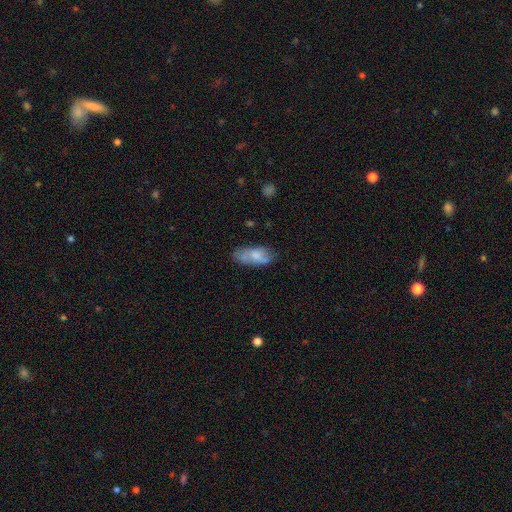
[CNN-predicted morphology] Smooth or featured: smooth — 66% (featured or disk — 27%)
How rounded: in between — 88% (cigar-shaped — 9%)
Merging: none — 57% (minor disturbance — 29%)